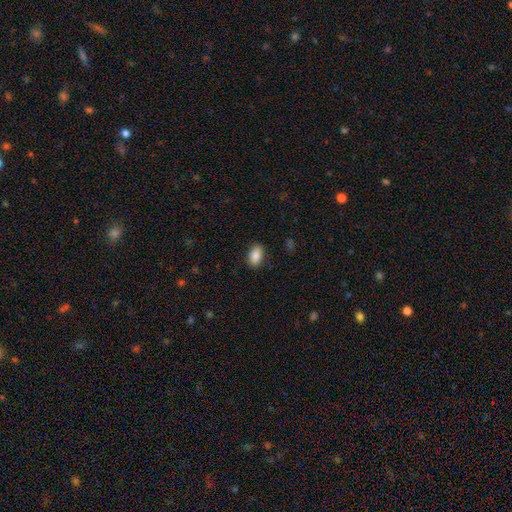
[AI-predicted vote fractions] smooth 86%, star or artifact 8%, featured or disk 7%. Down the decision tree: how rounded — in between (90%); merging — none (88%).